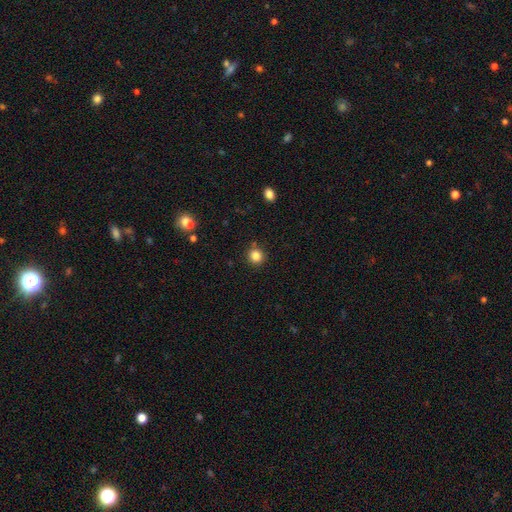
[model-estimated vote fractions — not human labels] Smooth or featured? smooth (84%)
How rounded? round (91%)
Merging? none (86%)